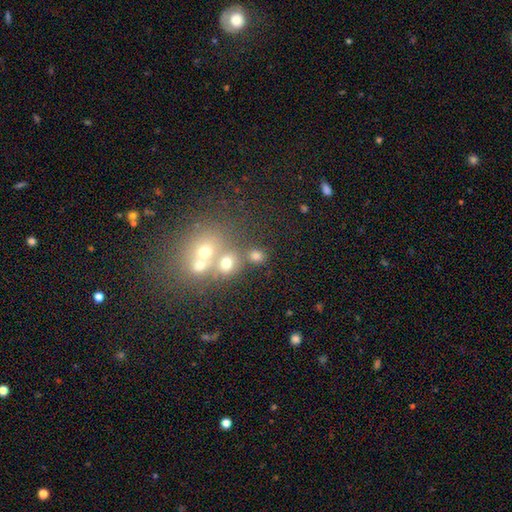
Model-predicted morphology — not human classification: smooth_or_featured: smooth (p=0.62) [alt: star or artifact p=0.22]
how_rounded: round (p=0.70) [alt: in between p=0.28]
merging: none (p=0.54) [alt: merger p=0.32]